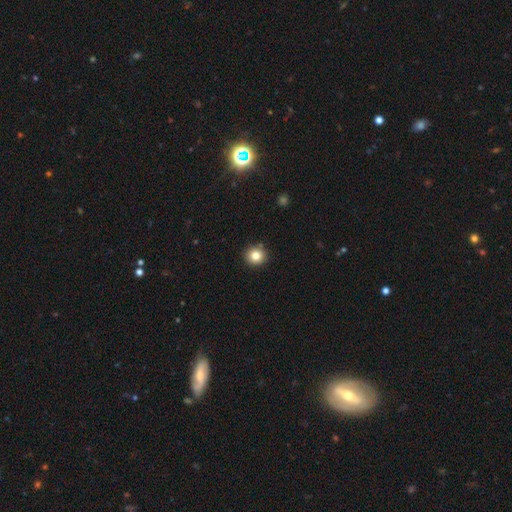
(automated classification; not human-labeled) smooth-or-featured: smooth: 82% | star or artifact: 11% | featured or disk: 7%
  how-rounded: round: 89% | in between: 10% | cigar-shaped: 1%
  merging: none: 90% | minor disturbance: 7% | merger: 2% | major disturbance: 2%